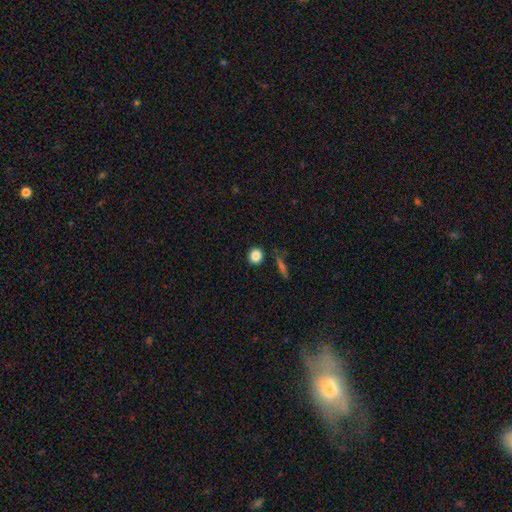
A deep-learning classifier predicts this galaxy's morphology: Overall: smooth (86%). How rounded: round (88%). Merging: none (87%).